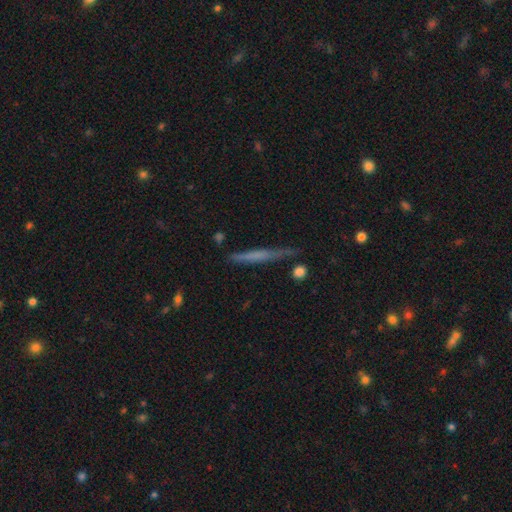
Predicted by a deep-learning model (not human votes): Smooth or featured?
  - smooth: 48% *
  - featured or disk: 44%
  - star or artifact: 8%
Merging?
  - none: 77% *
  - minor disturbance: 16%
  - major disturbance: 4%
  - merger: 3%